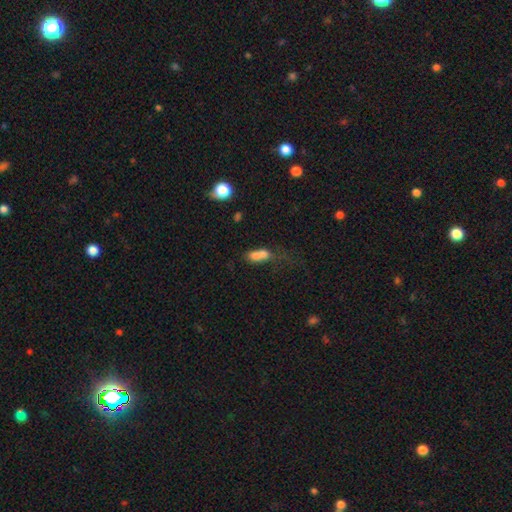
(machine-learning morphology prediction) Q: Smooth or featured?
A: smooth (69%); runner-up: featured or disk (19%)
Q: How rounded?
A: in between (67%); runner-up: round (18%)
Q: Merging?
A: merger (56%); runner-up: none (20%)